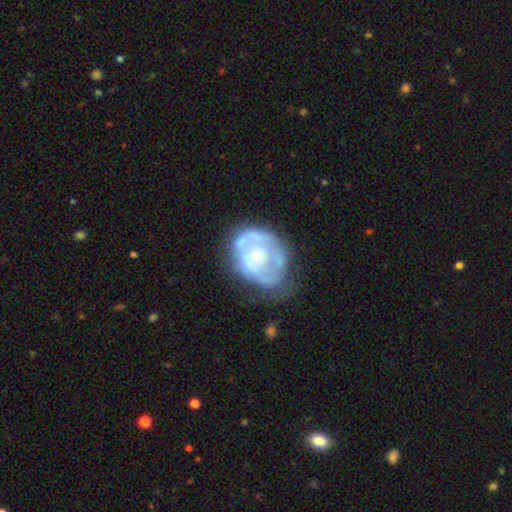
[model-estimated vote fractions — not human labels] This is likely a featured or disk galaxy (66%). It is clearly not viewed edge-on (97%). Bar: clearly no (83%). Spiral arm pattern: possibly no (58%). Central bulge: possibly small (49%). Merging: possibly none (47%).